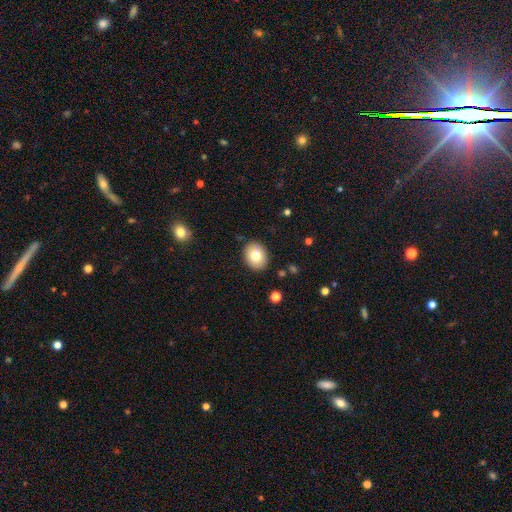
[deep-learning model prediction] Q: Smooth or featured?
A: smooth (78%); runner-up: featured or disk (13%)
Q: How rounded?
A: in between (53%); runner-up: round (46%)
Q: Merging?
A: none (88%); runner-up: minor disturbance (8%)